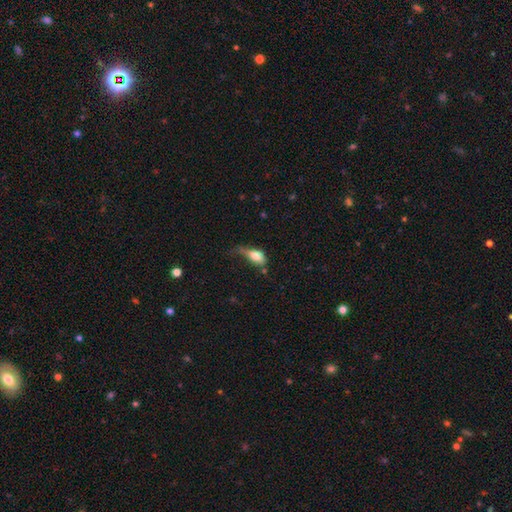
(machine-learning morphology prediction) A smooth galaxy with no disk features (73%) that is in between round and cigar-shaped (82%). Merging: major disturbance (38%).